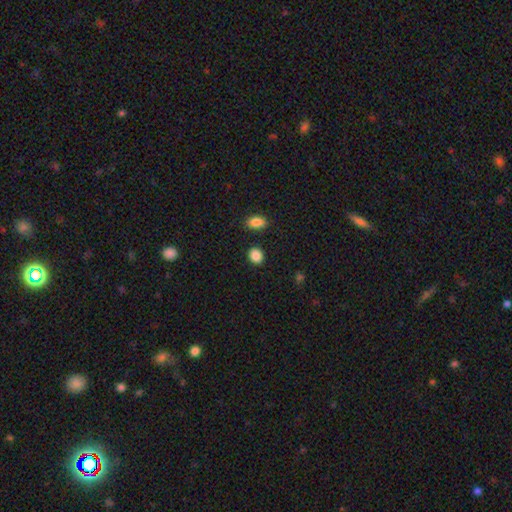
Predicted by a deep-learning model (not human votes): Smooth or featured: smooth — 88% (star or artifact — 9%)
How rounded: round — 63% (in between — 36%)
Merging: none — 88% (minor disturbance — 7%)